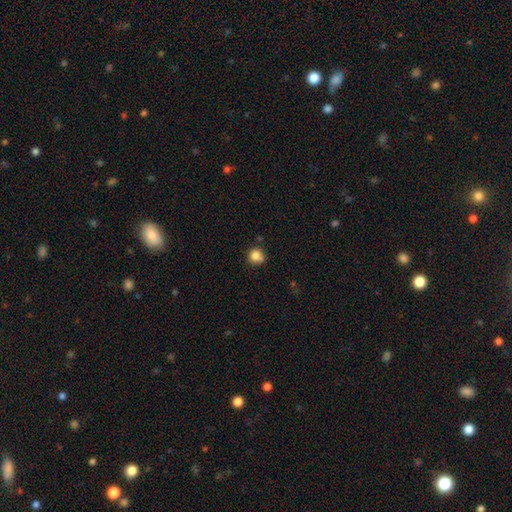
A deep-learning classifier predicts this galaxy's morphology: The model was most divided on "merging": none: 71%, minor disturbance: 18%, merger: 7%, major disturbance: 4%. More confident: how rounded — round (90%); smooth or featured — smooth (84%).